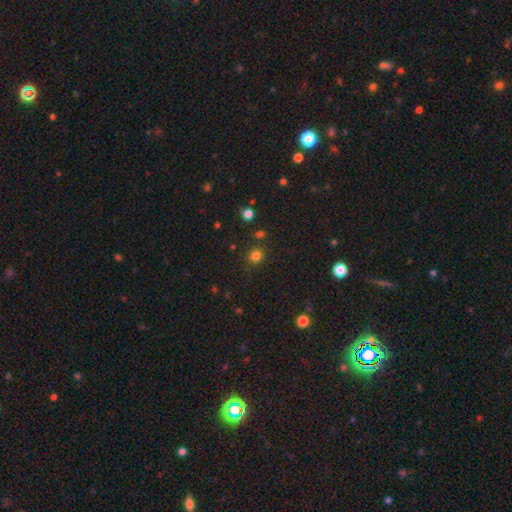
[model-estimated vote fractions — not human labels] smooth-or-featured: smooth: 79% | star or artifact: 17% | featured or disk: 5%
  how-rounded: round: 86% | in between: 13% | cigar-shaped: 1%
  merging: none: 84% | minor disturbance: 8% | merger: 5% | major disturbance: 3%